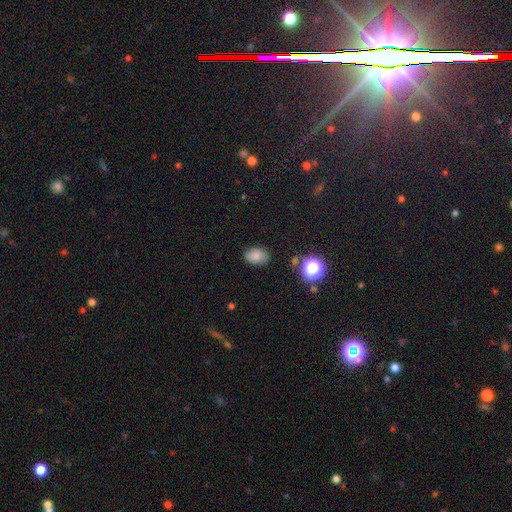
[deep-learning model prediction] A smooth galaxy with no disk features (80%) that is in between round and cigar-shaped (78%).

Vote fractions:
- Smooth or featured? smooth: 80% / star or artifact: 13% / featured or disk: 7%
- How rounded? in between: 78% / round: 21% / cigar-shaped: 1%
- Merging? none: 79% / minor disturbance: 15% / major disturbance: 3% / merger: 2%